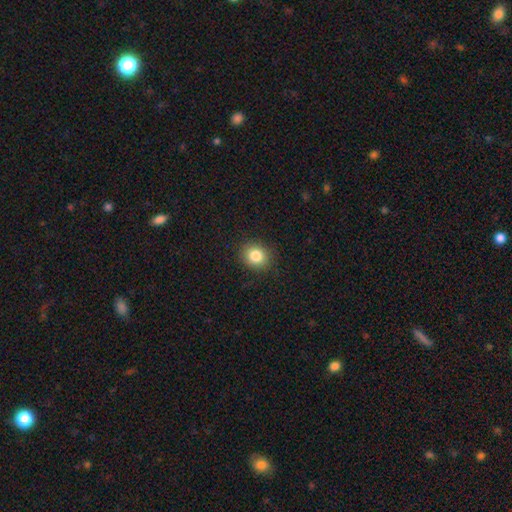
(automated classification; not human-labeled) A smooth galaxy with no disk features (83%) that is round (72%).

Vote fractions:
- Smooth or featured? smooth: 83% / star or artifact: 10% / featured or disk: 6%
- How rounded? round: 72% / in between: 27% / cigar-shaped: 1%
- Merging? none: 89% / minor disturbance: 8% / major disturbance: 2% / merger: 1%